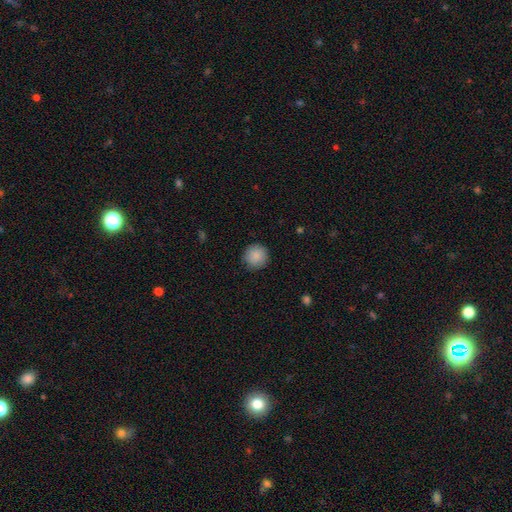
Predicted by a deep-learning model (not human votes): Overall: smooth (88%). How rounded: round (95%). Merging: none (89%).